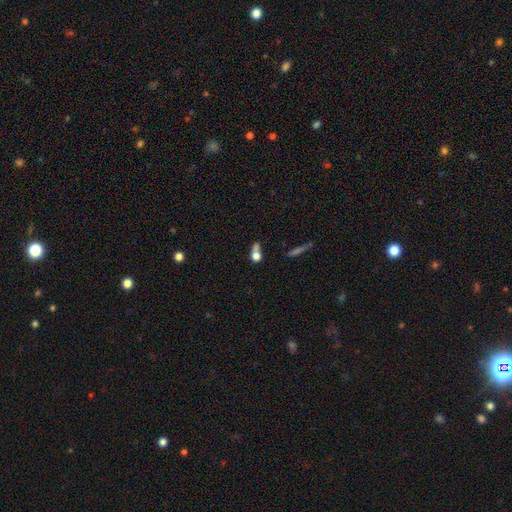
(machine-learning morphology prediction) smooth_or_featured: smooth (p=0.69) [alt: featured or disk p=0.18]
how_rounded: round (p=0.53) [alt: in between p=0.38]
merging: merger (p=0.40) [alt: none p=0.32]